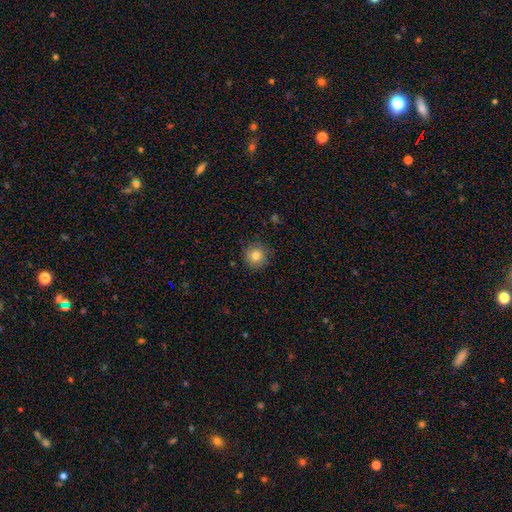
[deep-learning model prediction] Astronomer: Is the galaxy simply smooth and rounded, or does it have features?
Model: smooth — 80%.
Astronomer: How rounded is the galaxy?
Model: round — 94%.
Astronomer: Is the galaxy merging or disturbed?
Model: none — 88%.